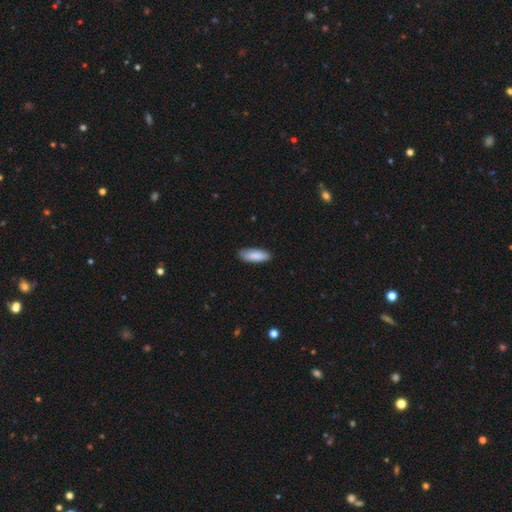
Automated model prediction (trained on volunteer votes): A smooth galaxy with no disk features (88%) that is in between round and cigar-shaped (66%). Merging: none (86%).